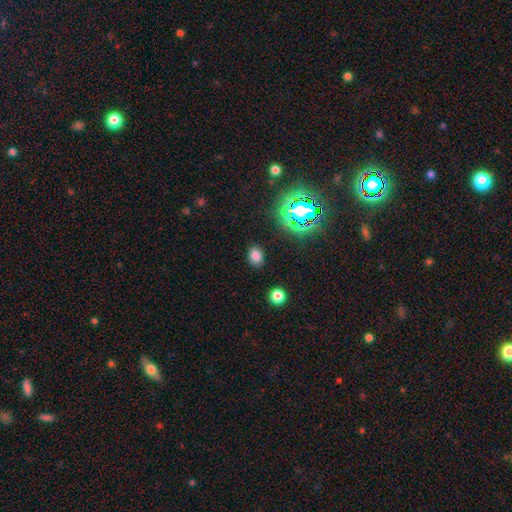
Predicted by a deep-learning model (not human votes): Smooth or featured? smooth (75%)
How rounded? in between (71%)
Merging? none (86%)